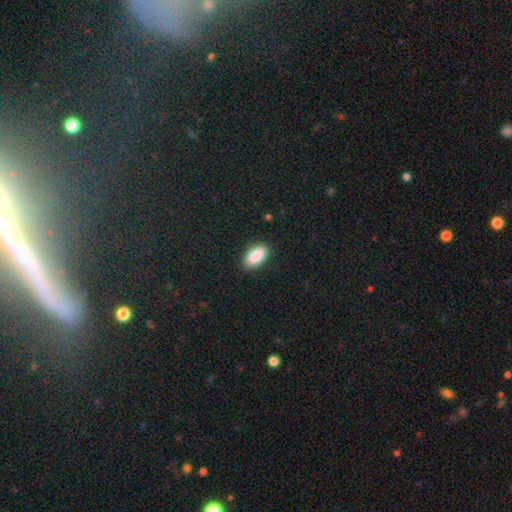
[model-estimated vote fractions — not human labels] This appears to be a smooth galaxy with no disk features (89%) that is in between round and cigar-shaped (94%). Merging: none (86%).